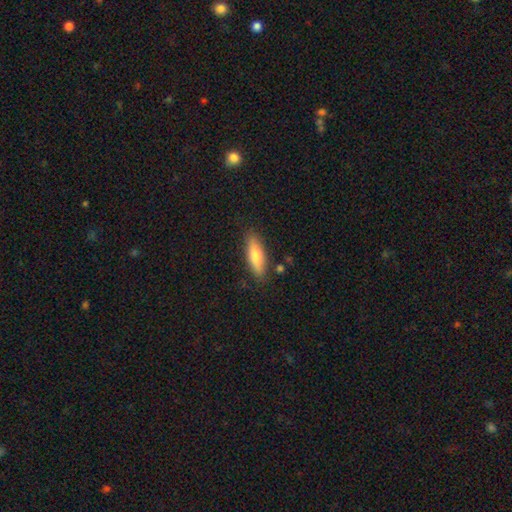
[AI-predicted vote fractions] Overall: smooth (71%). How rounded: cigar-shaped (50%; in between 48%). Merging: none (84%).